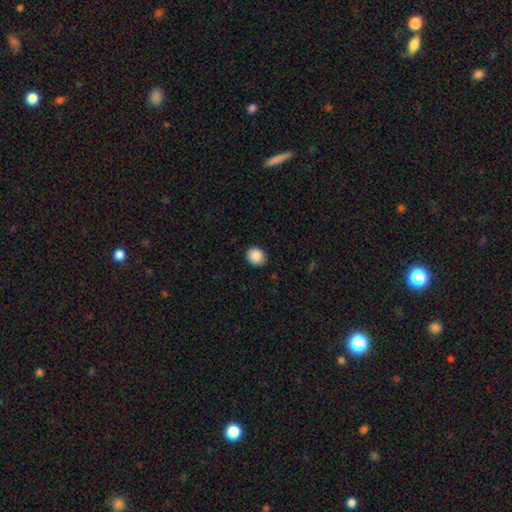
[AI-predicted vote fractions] This appears to be a smooth galaxy with no disk features (89%) that is round (69%). Merging: none (88%).